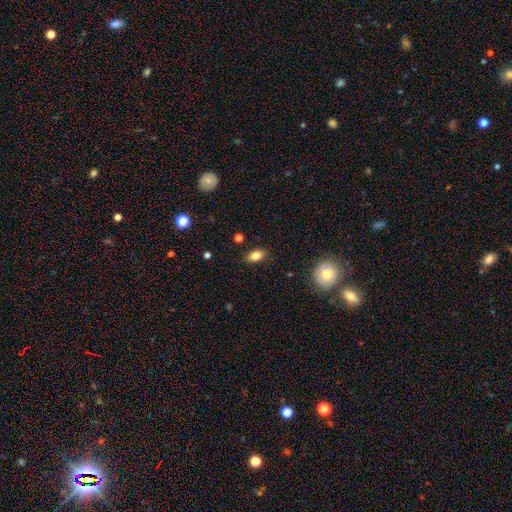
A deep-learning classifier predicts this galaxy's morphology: A smooth galaxy with no disk features (81%) that is in between round and cigar-shaped (87%).

Vote fractions:
- Smooth or featured? smooth: 81% / featured or disk: 10% / star or artifact: 9%
- How rounded? in between: 87% / round: 8% / cigar-shaped: 4%
- Merging? none: 86% / minor disturbance: 10% / major disturbance: 2% / merger: 1%